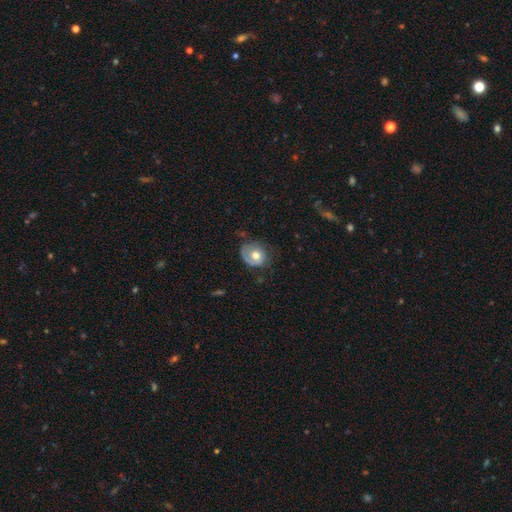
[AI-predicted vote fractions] smooth-or-featured: smooth: 55% | featured or disk: 38% | star or artifact: 7%
  how-rounded: round: 65% | in between: 34% | cigar-shaped: 1%
  merging: none: 54% | minor disturbance: 28% | major disturbance: 15% | merger: 2%